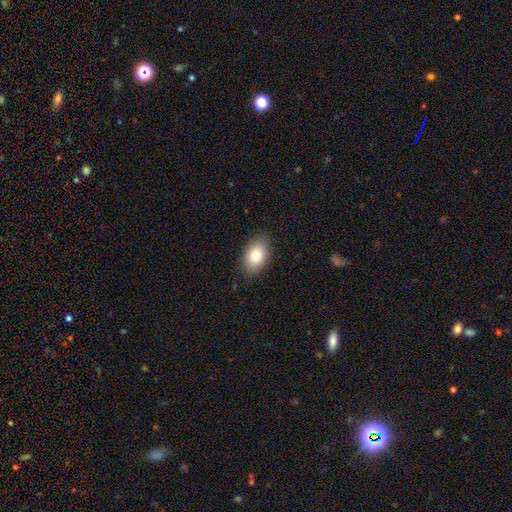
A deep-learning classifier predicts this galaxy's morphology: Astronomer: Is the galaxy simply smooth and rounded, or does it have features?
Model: smooth — 80%.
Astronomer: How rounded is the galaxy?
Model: in between — 89%.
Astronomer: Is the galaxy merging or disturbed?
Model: none — 86%.